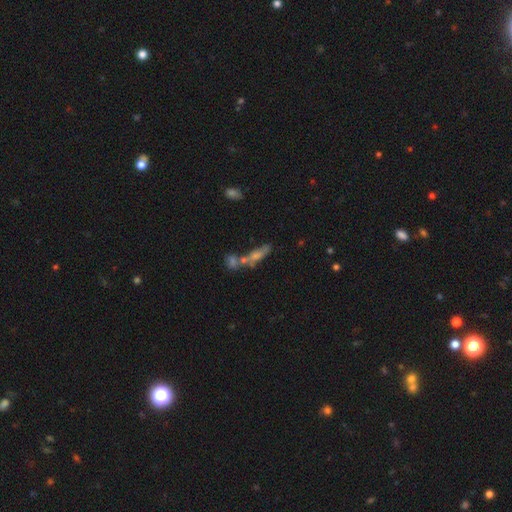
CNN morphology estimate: A smooth galaxy with no disk features (44%).

Vote fractions:
- Smooth or featured? smooth: 44% / featured or disk: 38% / star or artifact: 18%
- Merging? merger: 41% / none: 36% / minor disturbance: 13% / major disturbance: 9%